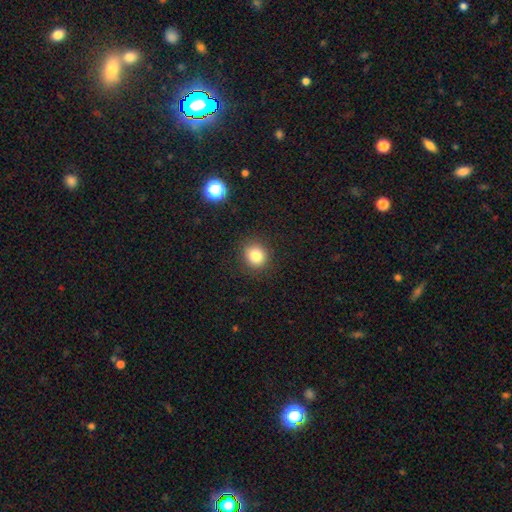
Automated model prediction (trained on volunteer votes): The model was most divided on "how rounded": round: 85%, in between: 14%, cigar-shaped: 1%. More confident: merging — none (89%); smooth or featured — smooth (82%).